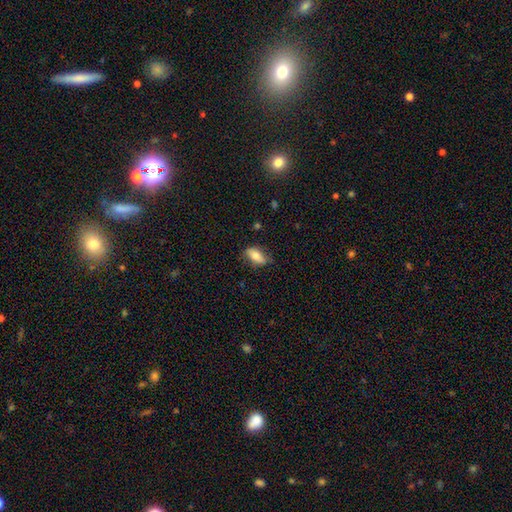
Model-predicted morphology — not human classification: smooth-or-featured: smooth: 74% | featured or disk: 19% | star or artifact: 7%
  how-rounded: in between: 84% | cigar-shaped: 12% | round: 4%
  merging: none: 72% | minor disturbance: 21% | major disturbance: 5% | merger: 1%